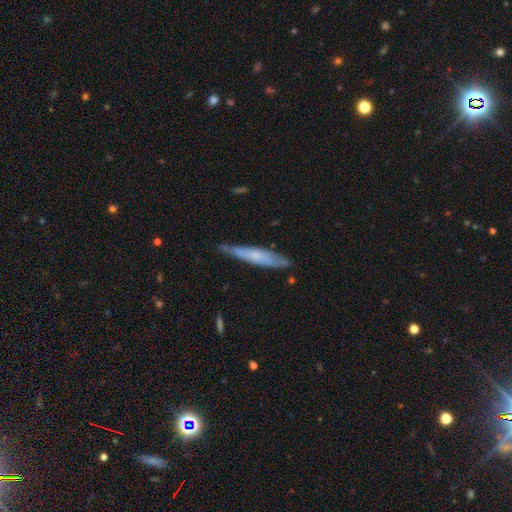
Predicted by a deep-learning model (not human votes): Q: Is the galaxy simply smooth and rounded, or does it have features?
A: smooth — 49%.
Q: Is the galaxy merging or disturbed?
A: none — 70%.